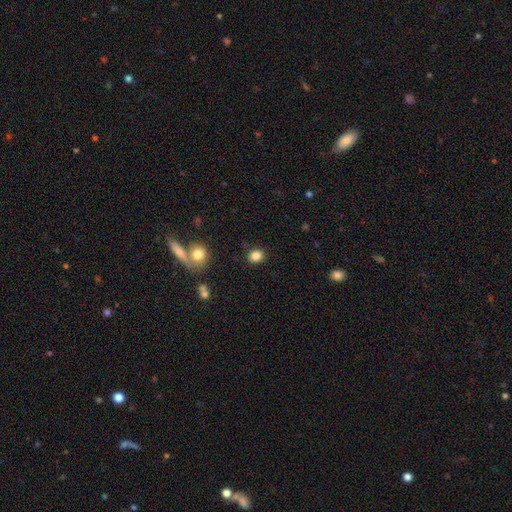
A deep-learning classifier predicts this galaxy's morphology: Smooth or featured? smooth (85%)
How rounded? round (59%)
Merging? none (87%)